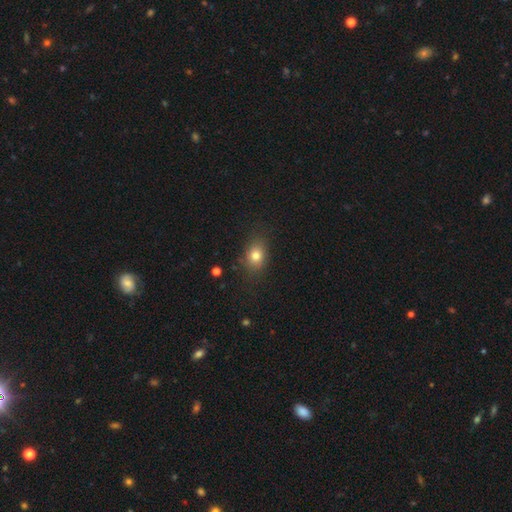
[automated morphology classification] A smooth galaxy with no disk features (79%) that is in between round and cigar-shaped (61%). Merging: none (79%).